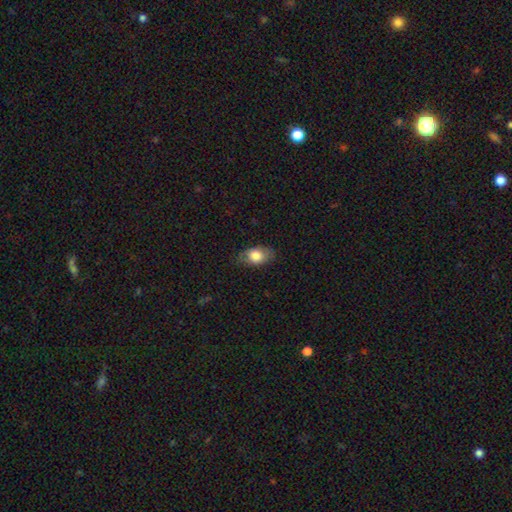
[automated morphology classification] Smooth or featured: smooth — 77% (featured or disk — 16%)
How rounded: in between — 87% (round — 11%)
Merging: none — 77% (minor disturbance — 17%)